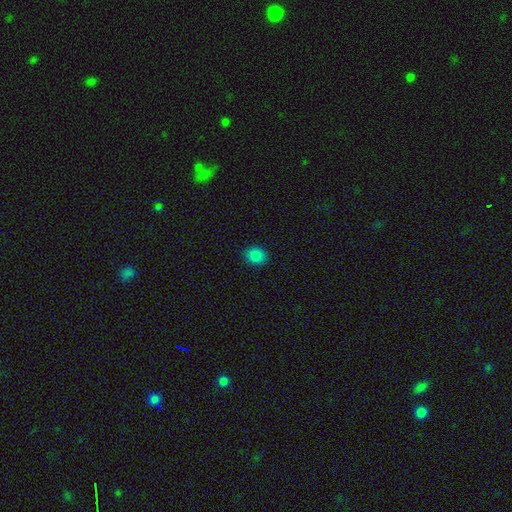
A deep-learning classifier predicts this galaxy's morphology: Smooth or featured? Predicted: smooth (p=0.84). How rounded? Predicted: round (p=0.59). Merging? Predicted: none (p=0.89).